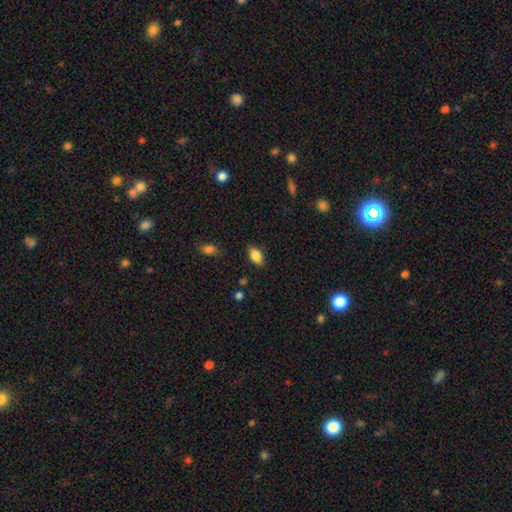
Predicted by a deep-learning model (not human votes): Smooth or featured? smooth (86%)
How rounded? in between (91%)
Merging? none (85%)